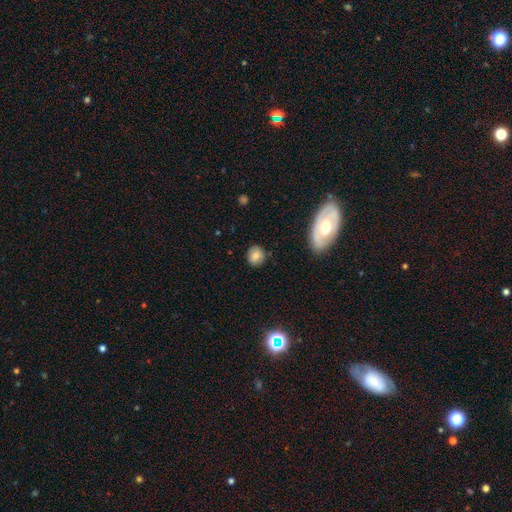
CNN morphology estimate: type=smooth (79%); roundness=round (75%); merging=none (84%).